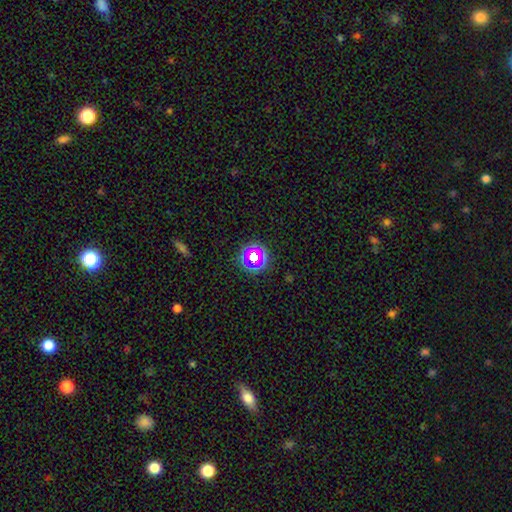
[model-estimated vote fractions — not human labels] Overall: star or artifact (46%; smooth 39%).